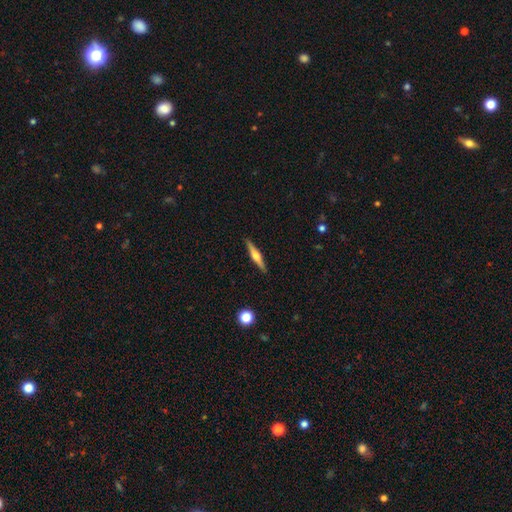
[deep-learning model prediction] Morphology: type=featured or disk (67%); edge-on=yes (98%); edge-on bulge=rounded (91%); merging=none (91%).